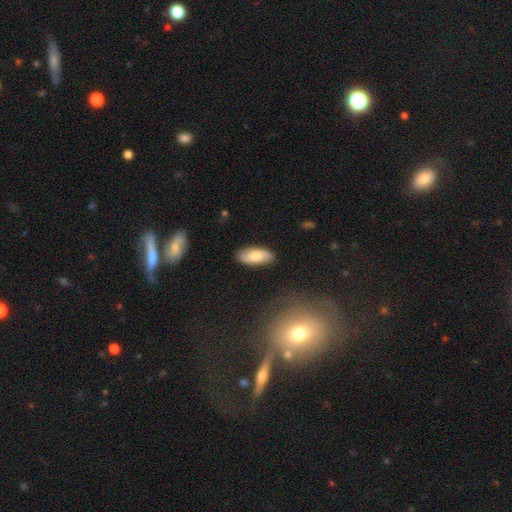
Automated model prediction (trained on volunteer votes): Morphology: type=smooth (72%); roundness=in between (88%); merging=none (85%).